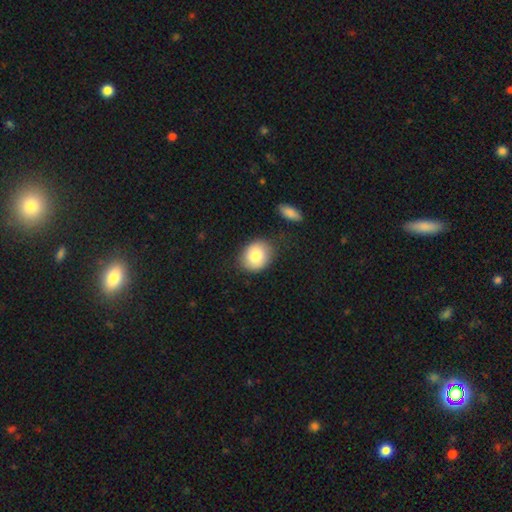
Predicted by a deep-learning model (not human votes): smooth-or-featured: smooth: 81% | featured or disk: 12% | star or artifact: 7%
  how-rounded: round: 51% | in between: 48% | cigar-shaped: 1%
  merging: none: 77% | minor disturbance: 15% | merger: 4% | major disturbance: 4%